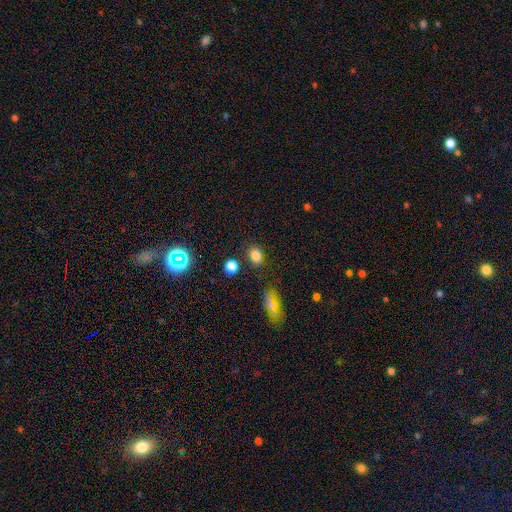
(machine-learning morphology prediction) smooth_or_featured: smooth (p=0.81) [alt: star or artifact p=0.13]
how_rounded: in between (p=0.56) [alt: round p=0.43]
merging: none (p=0.81) [alt: minor disturbance p=0.11]